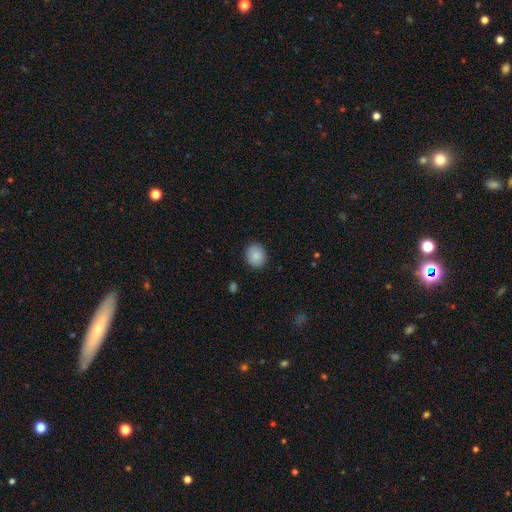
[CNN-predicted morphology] Smooth or featured?
  - smooth: 88% *
  - star or artifact: 8%
  - featured or disk: 4%
How rounded?
  - round: 69% *
  - in between: 31%
  - cigar-shaped: 1%
Merging?
  - none: 89% *
  - minor disturbance: 8%
  - major disturbance: 2%
  - merger: 1%